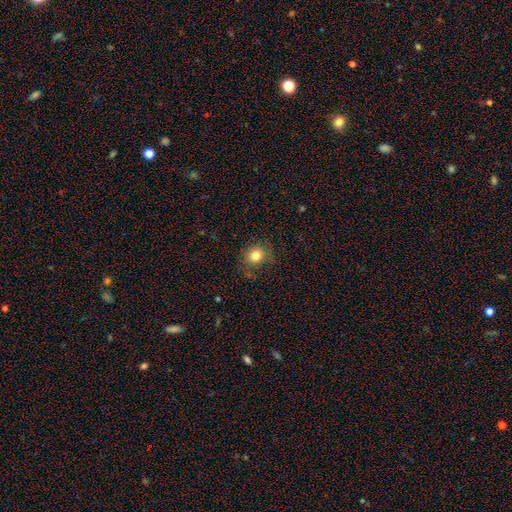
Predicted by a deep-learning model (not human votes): A smooth galaxy with no disk features (80%) that is round (79%).

Vote fractions:
- Smooth or featured? smooth: 80% / star or artifact: 12% / featured or disk: 7%
- How rounded? round: 79% / in between: 20% / cigar-shaped: 1%
- Merging? none: 78% / minor disturbance: 15% / major disturbance: 5% / merger: 1%